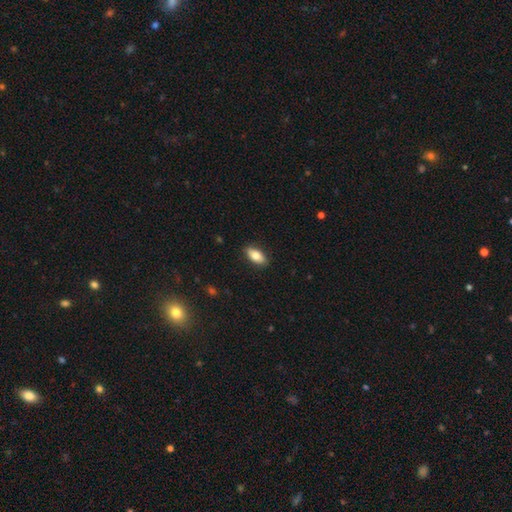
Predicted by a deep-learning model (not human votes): Smooth or featured? Predicted: smooth (p=0.79). How rounded? Predicted: in between (p=0.87). Merging? Predicted: none (p=0.88).